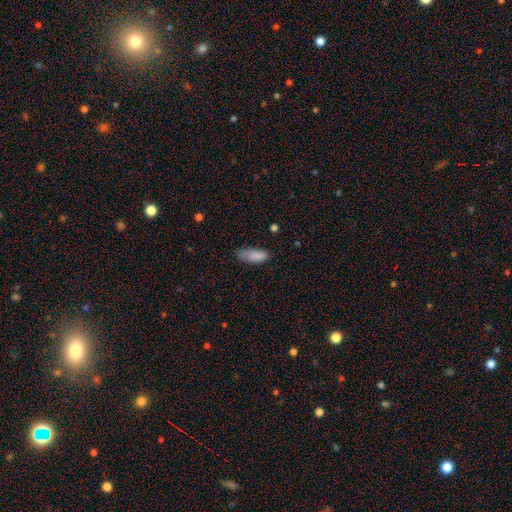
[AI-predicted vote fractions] Smooth or featured? smooth (85%)
How rounded? in between (75%)
Merging? none (55%)